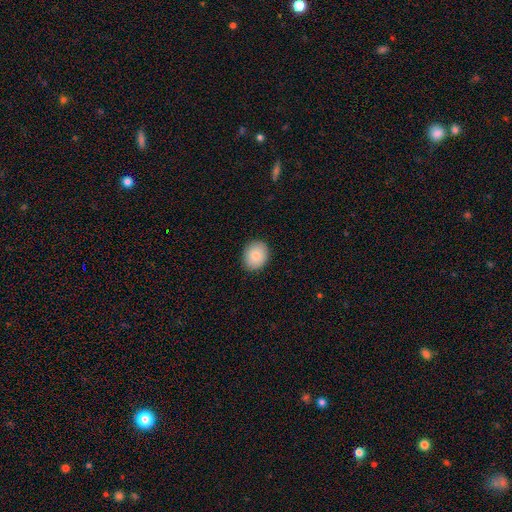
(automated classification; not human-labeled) Morphology: type=smooth (85%); roundness=round (54%); merging=none (89%).